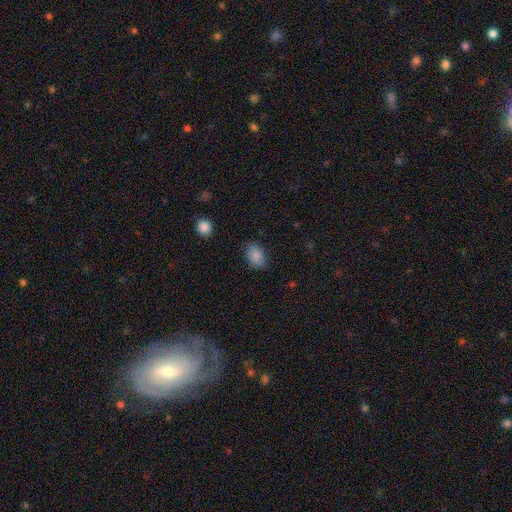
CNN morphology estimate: type=smooth (87%); roundness=in between (76%); merging=none (81%).